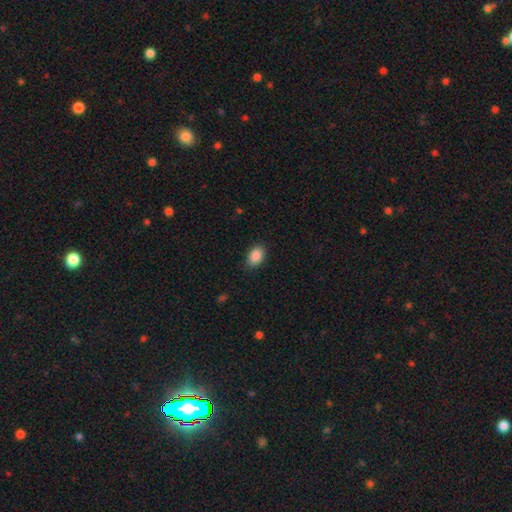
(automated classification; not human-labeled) Q: Smooth or featured?
A: smooth (89%); runner-up: star or artifact (8%)
Q: How rounded?
A: in between (85%); runner-up: round (14%)
Q: Merging?
A: none (86%); runner-up: minor disturbance (11%)